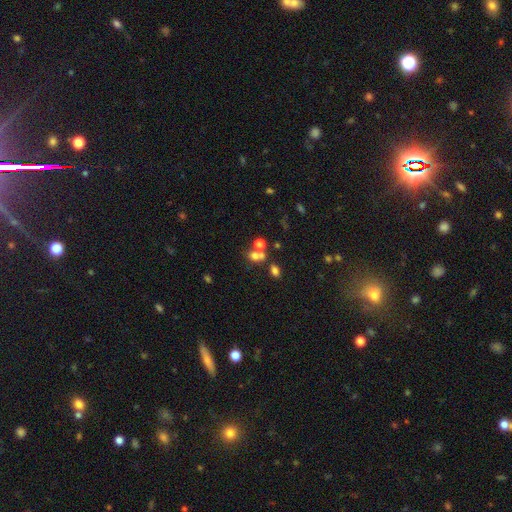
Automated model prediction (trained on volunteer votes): Smooth or featured?
  - smooth: 65% *
  - star or artifact: 19%
  - featured or disk: 16%
How rounded?
  - round: 61% *
  - in between: 37%
  - cigar-shaped: 1%
Merging?
  - merger: 44% *
  - none: 42%
  - minor disturbance: 9%
  - major disturbance: 5%